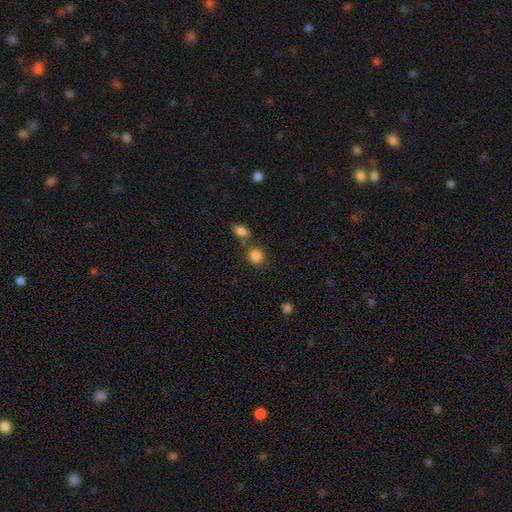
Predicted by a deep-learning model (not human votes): smooth 85%, star or artifact 10%, featured or disk 5%. Down the decision tree: how rounded — round (72%); merging — none (69%).